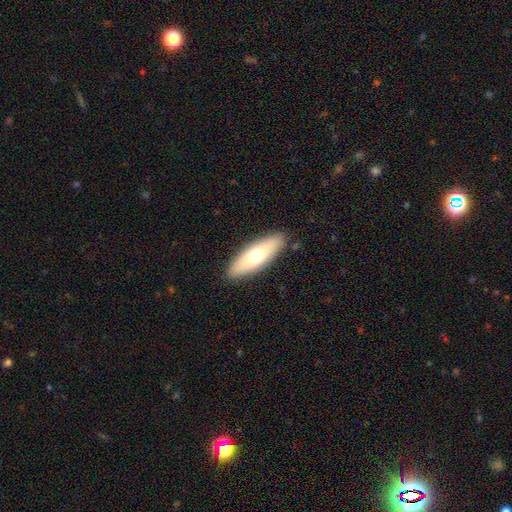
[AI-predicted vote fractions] smooth-or-featured: smooth: 66% | featured or disk: 28% | star or artifact: 6%
  how-rounded: in between: 52% | cigar-shaped: 46% | round: 2%
  merging: none: 89% | minor disturbance: 8% | major disturbance: 2% | merger: 1%